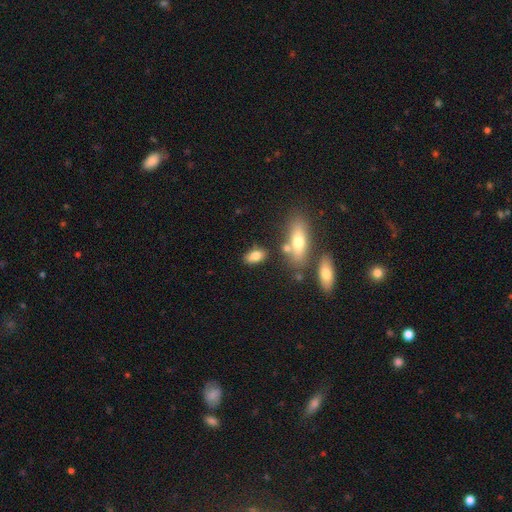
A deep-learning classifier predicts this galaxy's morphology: A smooth galaxy with no disk features (77%) that is in between round and cigar-shaped (86%).

Vote fractions:
- Smooth or featured? smooth: 77% / featured or disk: 14% / star or artifact: 9%
- How rounded? in between: 86% / cigar-shaped: 7% / round: 7%
- Merging? none: 71% / minor disturbance: 14% / merger: 11% / major disturbance: 4%